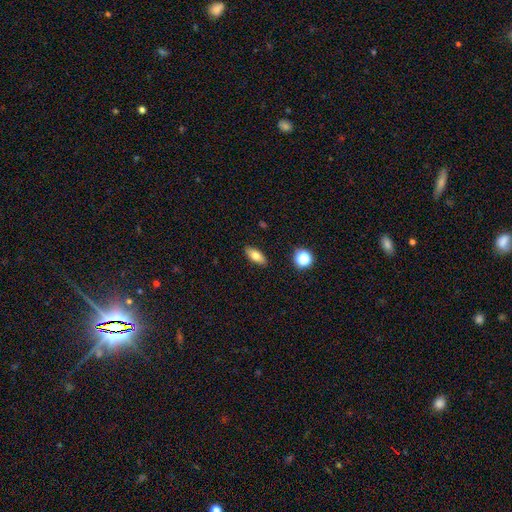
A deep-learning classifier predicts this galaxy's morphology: smooth 76%, featured or disk 15%, star or artifact 9%. Down the decision tree: how rounded — in between (81%); merging — none (88%).